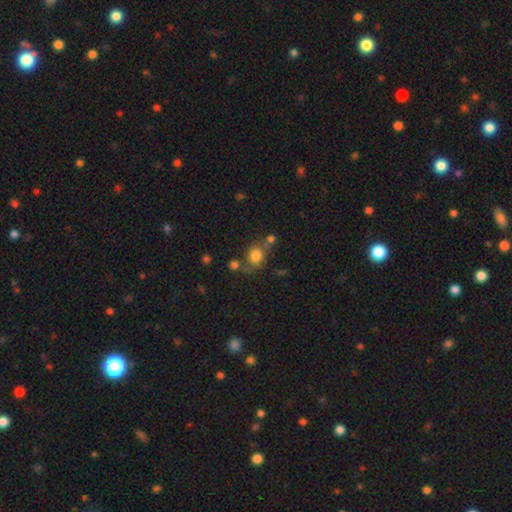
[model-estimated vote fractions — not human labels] A smooth galaxy with no disk features (75%) that is round (68%).

Vote fractions:
- Smooth or featured? smooth: 75% / featured or disk: 13% / star or artifact: 12%
- How rounded? round: 68% / in between: 30% / cigar-shaped: 1%
- Merging? none: 55% / merger: 20% / minor disturbance: 16% / major disturbance: 8%